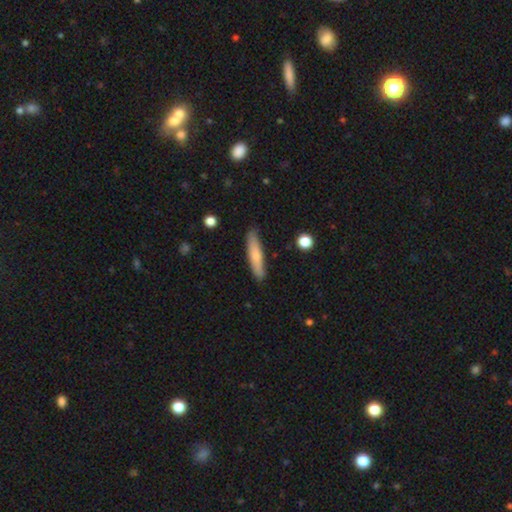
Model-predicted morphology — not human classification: Q: Smooth or featured?
A: smooth (68%); runner-up: featured or disk (26%)
Q: How rounded?
A: cigar-shaped (86%); runner-up: in between (12%)
Q: Merging?
A: none (86%); runner-up: minor disturbance (10%)